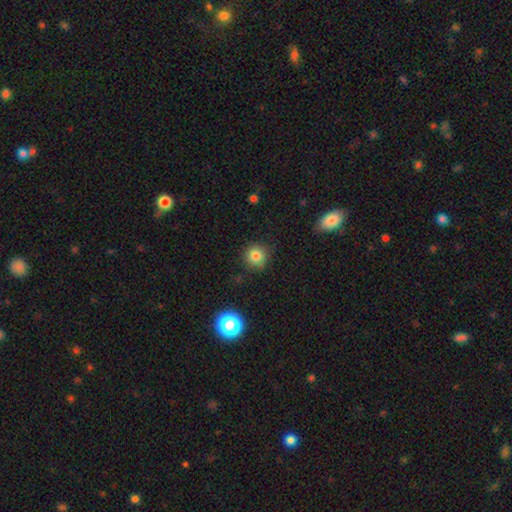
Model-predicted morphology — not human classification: Smooth or featured? Predicted: smooth (p=0.81). How rounded? Predicted: round (p=0.92). Merging? Predicted: none (p=0.84).